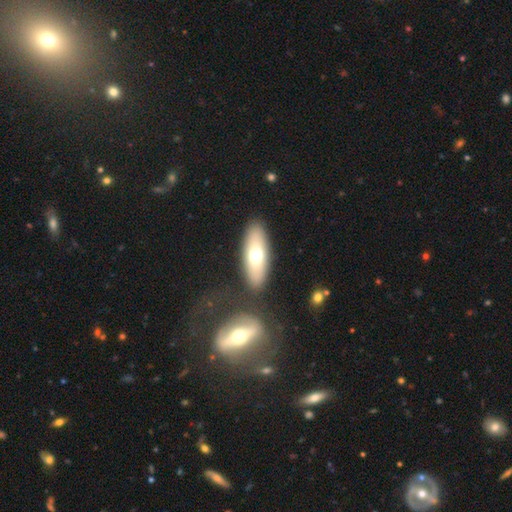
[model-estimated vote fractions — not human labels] This appears to be a smooth galaxy with no disk features (64%) that is in between round and cigar-shaped (70%). Merging: none (84%).